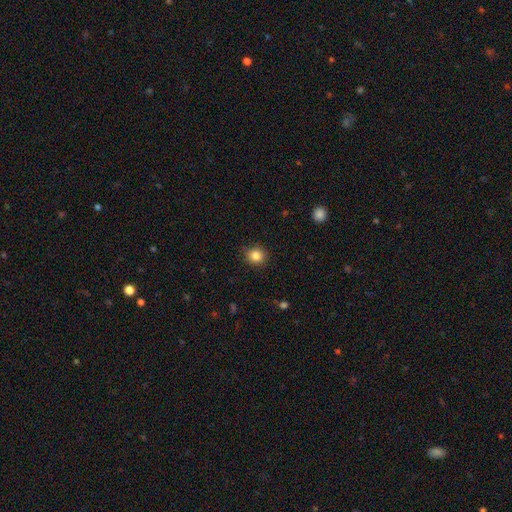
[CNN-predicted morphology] smooth-or-featured: smooth: 84% | star or artifact: 11% | featured or disk: 5%
  how-rounded: round: 86% | in between: 13% | cigar-shaped: 1%
  merging: none: 87% | minor disturbance: 9% | major disturbance: 2% | merger: 1%